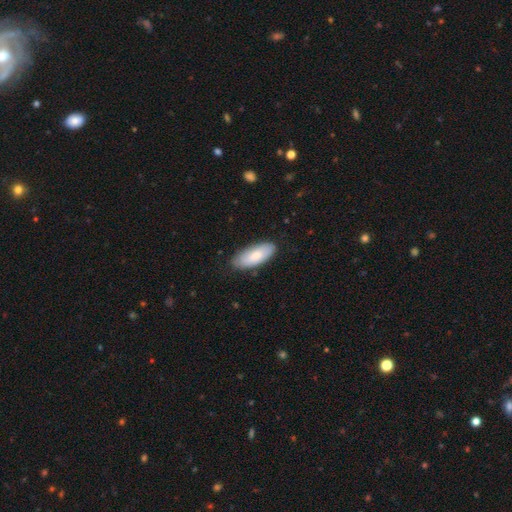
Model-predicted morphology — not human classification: A smooth galaxy with no disk features (78%) that is in between round and cigar-shaped (85%).

Vote fractions:
- Smooth or featured? smooth: 78% / featured or disk: 17% / star or artifact: 5%
- How rounded? in between: 85% / cigar-shaped: 14% / round: 2%
- Merging? none: 81% / minor disturbance: 16% / major disturbance: 3% / merger: 1%